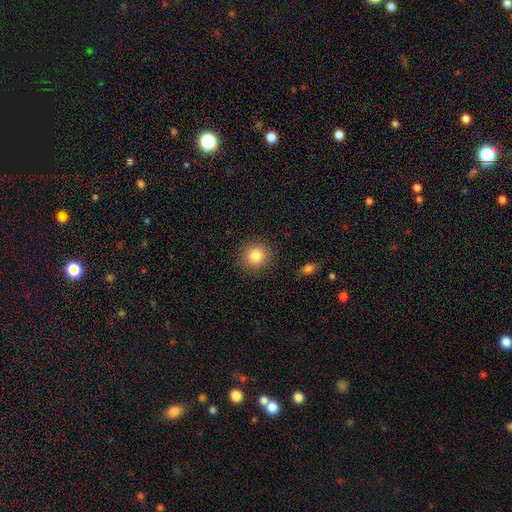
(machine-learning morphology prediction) A smooth galaxy with no disk features (83%) that is round (91%).

Vote fractions:
- Smooth or featured? smooth: 83% / star or artifact: 10% / featured or disk: 6%
- How rounded? round: 91% / in between: 8% / cigar-shaped: 1%
- Merging? none: 90% / minor disturbance: 7% / major disturbance: 2% / merger: 1%